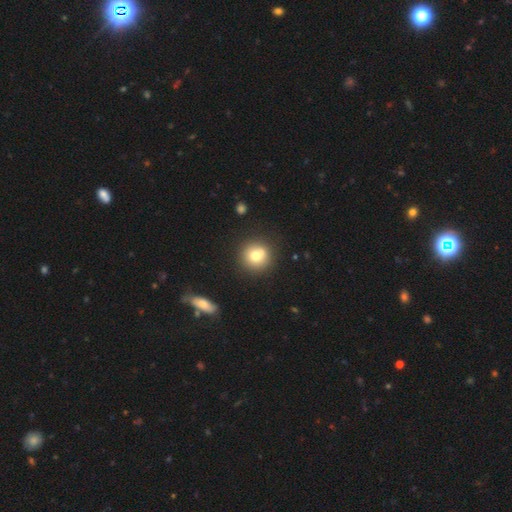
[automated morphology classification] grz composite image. It shows a smooth galaxy with no disk features (74%) that is round (92%). Merging: none (80%).